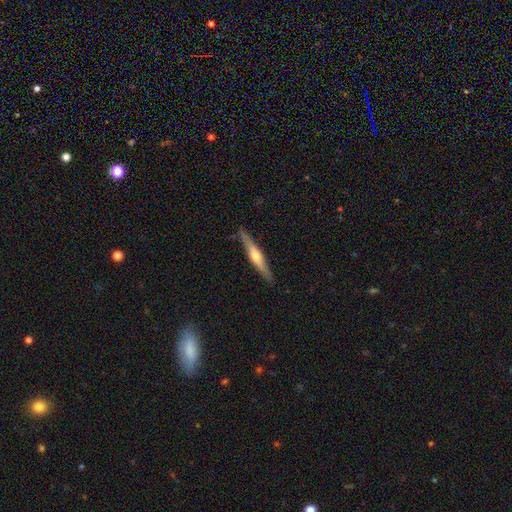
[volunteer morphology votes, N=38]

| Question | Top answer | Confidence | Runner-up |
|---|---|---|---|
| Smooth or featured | featured or disk | 55% | smooth (42%) |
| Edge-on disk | yes | 95% | no (5%) |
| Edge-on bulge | rounded | 85% | boxy (10%) |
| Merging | none | 76% | minor disturbance (22%) |